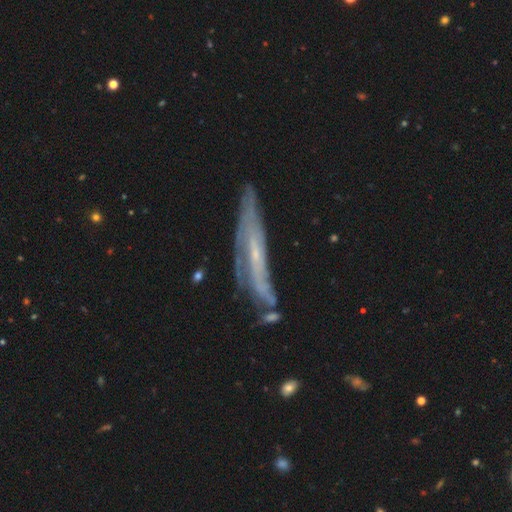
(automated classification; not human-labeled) Smooth or featured?
  - featured or disk: 74% *
  - smooth: 17%
  - star or artifact: 8%
Edge-on disk?
  - yes: 51% *
  - no: 49%
Merging?
  - none: 63% *
  - minor disturbance: 21%
  - major disturbance: 9%
  - merger: 6%